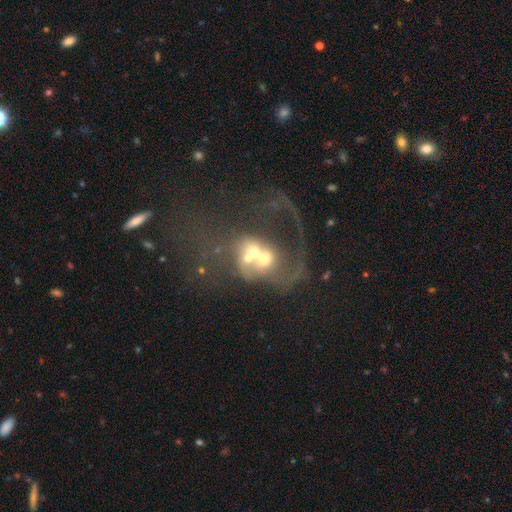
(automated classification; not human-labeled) A featured or disk galaxy (65%) with no bar (76%), spiral arms (55%) and a moderate central bulge (51%). Merging: merger (68%).